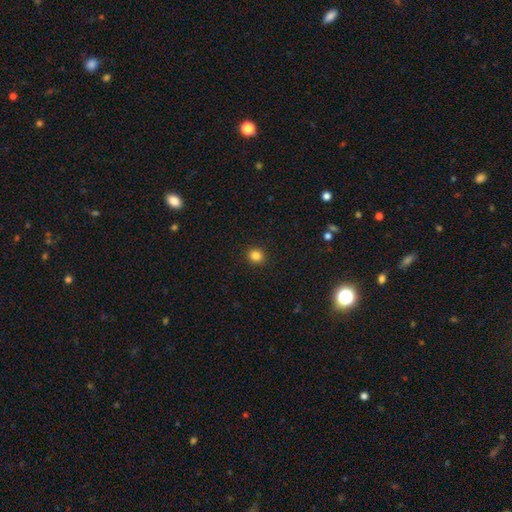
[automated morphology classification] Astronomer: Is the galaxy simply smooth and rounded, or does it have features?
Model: smooth — 83%.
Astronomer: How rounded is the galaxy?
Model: round — 86%.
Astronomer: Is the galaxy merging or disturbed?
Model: none — 93%.